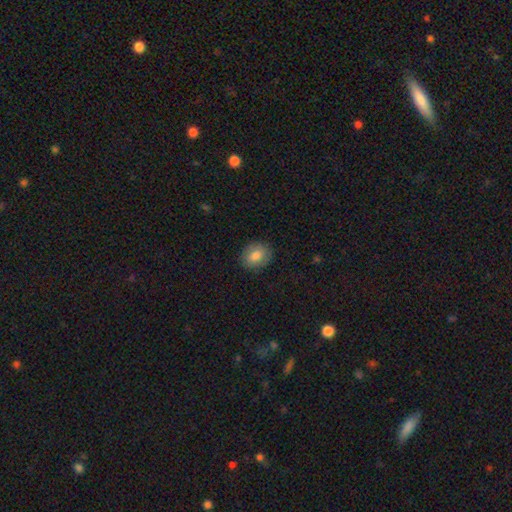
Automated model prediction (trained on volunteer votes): Q: Smooth or featured?
A: smooth (79%); runner-up: featured or disk (13%)
Q: How rounded?
A: in between (52%); runner-up: round (47%)
Q: Merging?
A: none (86%); runner-up: minor disturbance (10%)